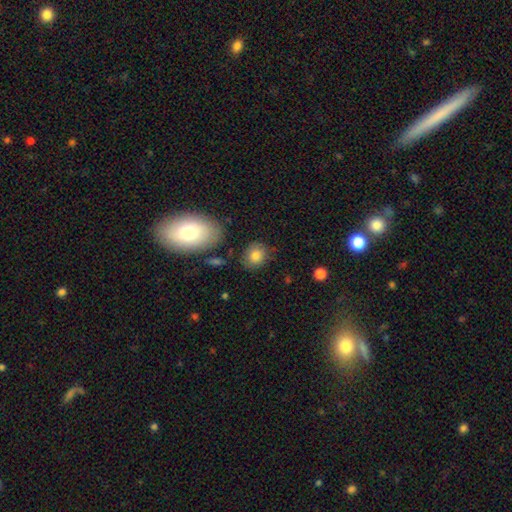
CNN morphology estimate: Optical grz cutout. It shows a smooth galaxy with no disk features (82%) that is round (68%). Merging: none (80%).